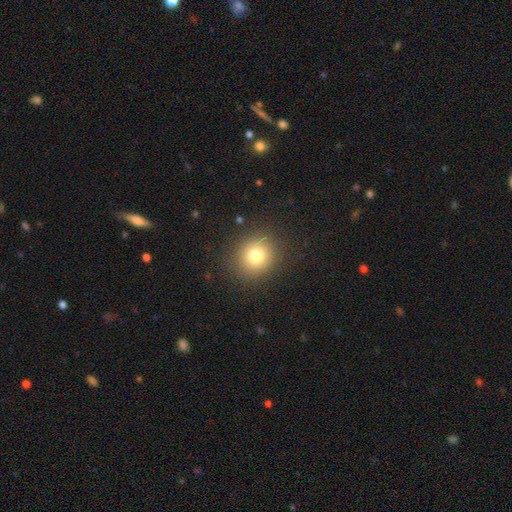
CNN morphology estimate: smooth-or-featured: smooth: 78% | star or artifact: 12% | featured or disk: 10%
  how-rounded: round: 83% | in between: 16% | cigar-shaped: 1%
  merging: none: 87% | minor disturbance: 8% | major disturbance: 3% | merger: 1%